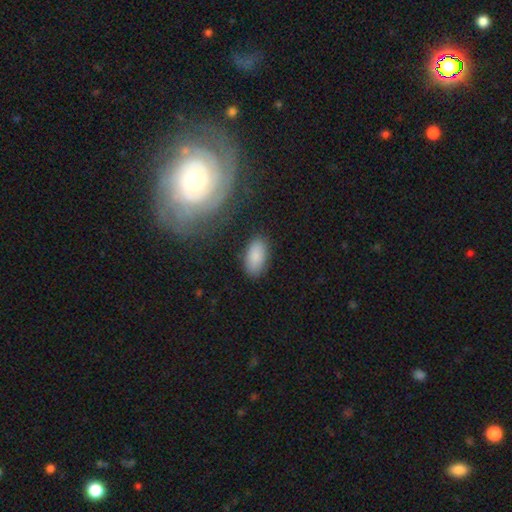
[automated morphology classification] type=smooth (87%); roundness=in between (94%); merging=none (84%).